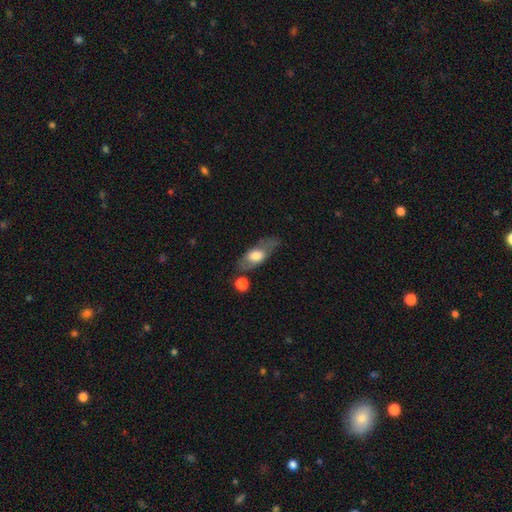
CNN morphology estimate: smooth_or_featured: smooth (p=0.57) [alt: featured or disk p=0.37]
how_rounded: in between (p=0.72) [alt: cigar-shaped p=0.22]
merging: none (p=0.62) [alt: minor disturbance p=0.20]